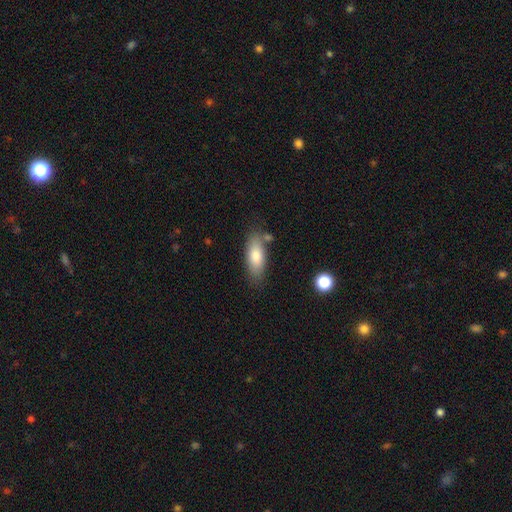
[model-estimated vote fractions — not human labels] Smooth or featured? Predicted: smooth (p=0.77). How rounded? Predicted: in between (p=0.70). Merging? Predicted: none (p=0.74).